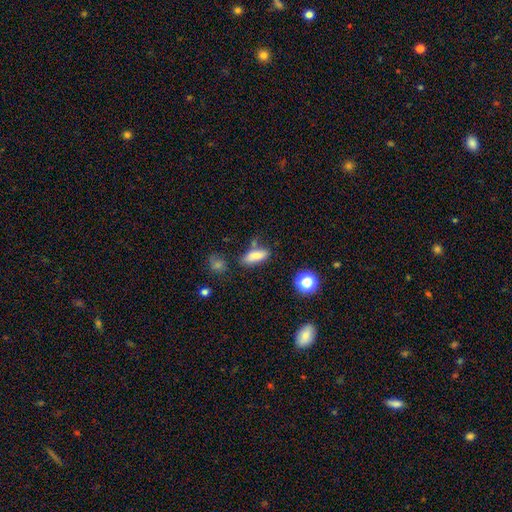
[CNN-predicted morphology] This appears to be a smooth galaxy with no disk features (76%) that is in between round and cigar-shaped (67%). Merging: none (67%).